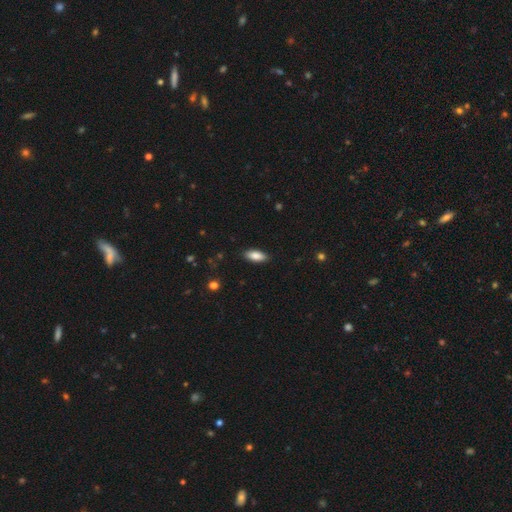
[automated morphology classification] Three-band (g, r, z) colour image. It shows a smooth galaxy with no disk features (86%) that is in between round and cigar-shaped (82%). Merging: none (88%).